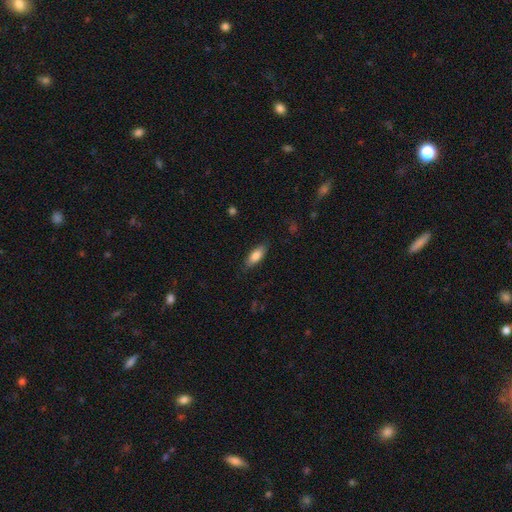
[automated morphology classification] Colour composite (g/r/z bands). It shows a smooth galaxy with no disk features (82%) that is in between round and cigar-shaped (76%). Merging: none (84%).